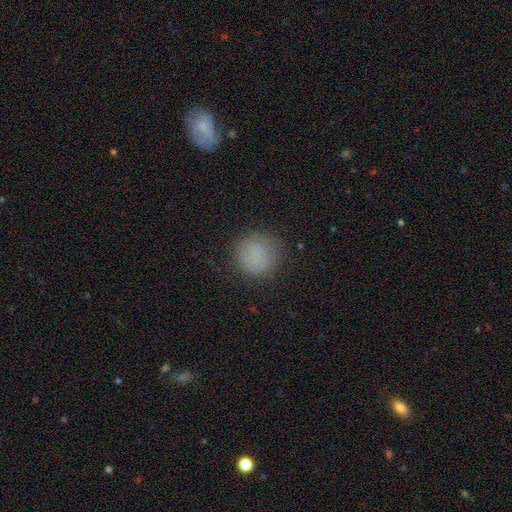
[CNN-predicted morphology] smooth 81%, star or artifact 11%, featured or disk 8%. Down the decision tree: how rounded — round (91%); merging — none (80%).